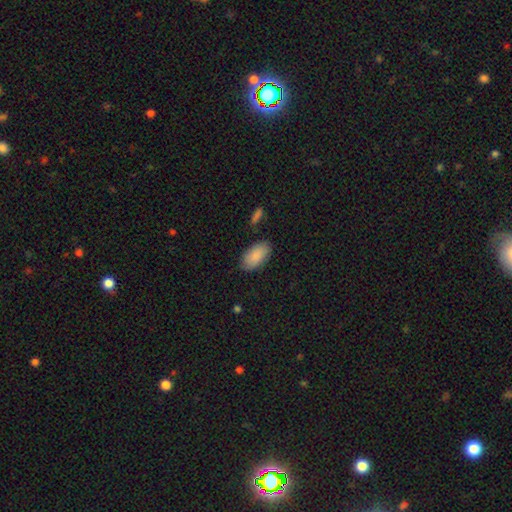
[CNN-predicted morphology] Smooth or featured: smooth — 88% (featured or disk — 6%)
How rounded: in between — 95% (cigar-shaped — 3%)
Merging: none — 83% (minor disturbance — 12%)